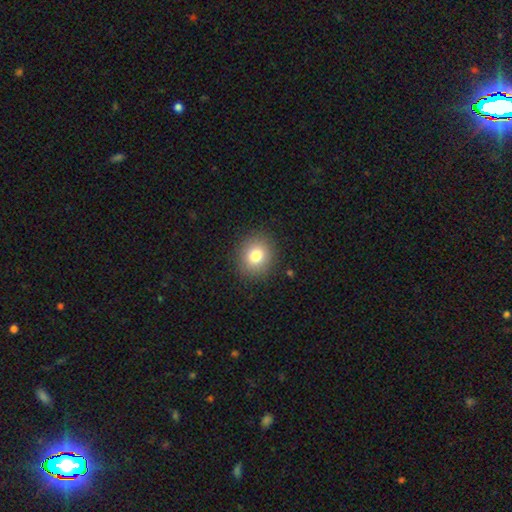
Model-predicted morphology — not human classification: smooth-or-featured: smooth: 80% | star or artifact: 11% | featured or disk: 10%
  how-rounded: round: 75% | in between: 25% | cigar-shaped: 1%
  merging: none: 89% | minor disturbance: 8% | major disturbance: 3% | merger: 1%